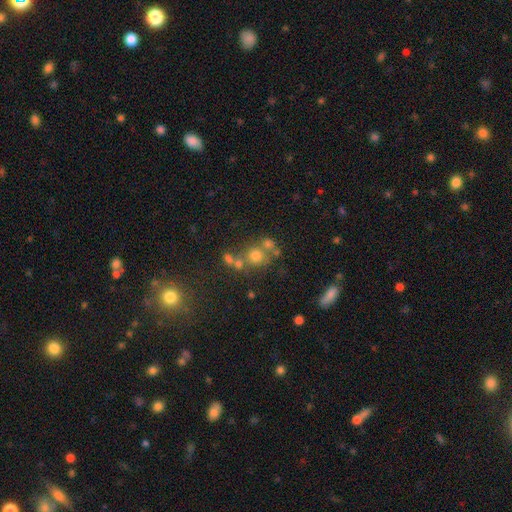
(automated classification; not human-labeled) Smooth or featured?
  - smooth: 59% *
  - star or artifact: 22%
  - featured or disk: 19%
How rounded?
  - round: 83% *
  - in between: 16%
  - cigar-shaped: 1%
Merging?
  - none: 51% *
  - merger: 32%
  - minor disturbance: 10%
  - major disturbance: 6%